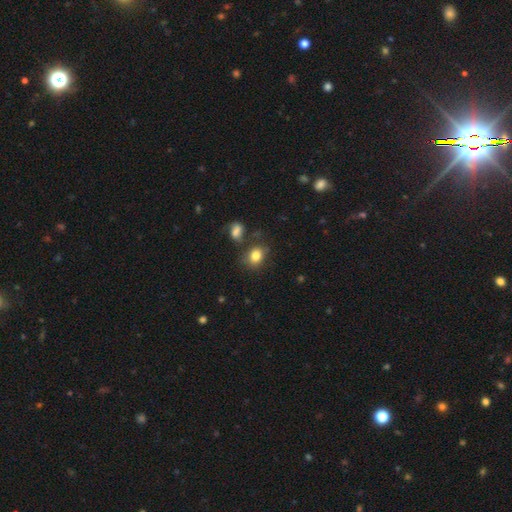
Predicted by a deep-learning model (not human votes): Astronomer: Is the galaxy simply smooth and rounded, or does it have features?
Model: smooth — 82%.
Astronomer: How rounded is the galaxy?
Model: in between — 52% (runner-up: round, 47%).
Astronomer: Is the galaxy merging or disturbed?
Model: none — 68%.